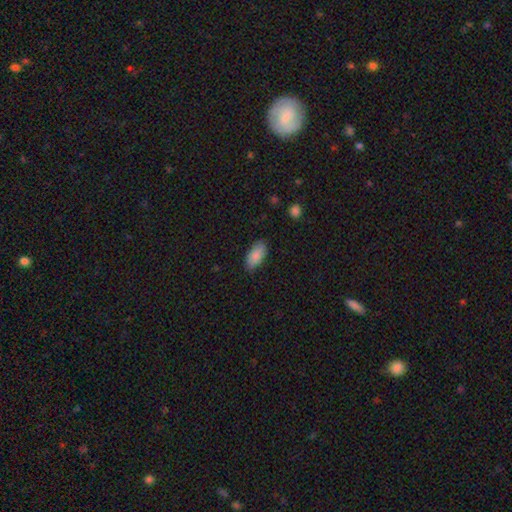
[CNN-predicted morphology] Overall: smooth (87%). How rounded: in between (90%). Merging: none (83%).